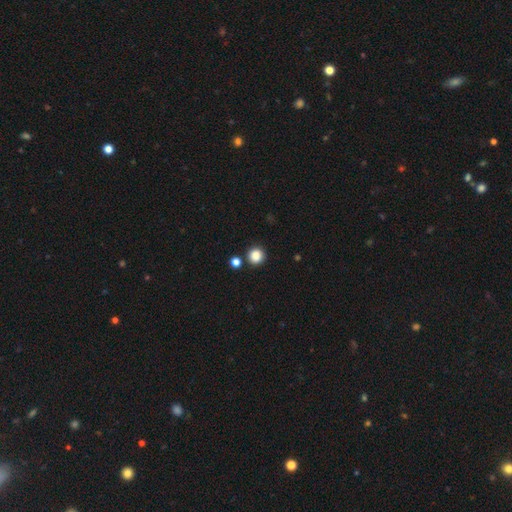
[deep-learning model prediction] smooth-or-featured: smooth: 86% | star or artifact: 11% | featured or disk: 3%
  how-rounded: round: 92% | in between: 7% | cigar-shaped: 1%
  merging: none: 84% | minor disturbance: 7% | merger: 6% | major disturbance: 2%